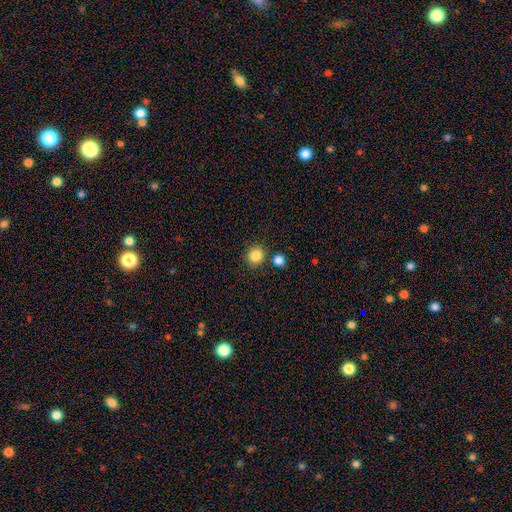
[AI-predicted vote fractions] Q: Smooth or featured?
A: smooth (85%); runner-up: star or artifact (11%)
Q: How rounded?
A: round (92%); runner-up: in between (7%)
Q: Merging?
A: none (81%); runner-up: merger (9%)